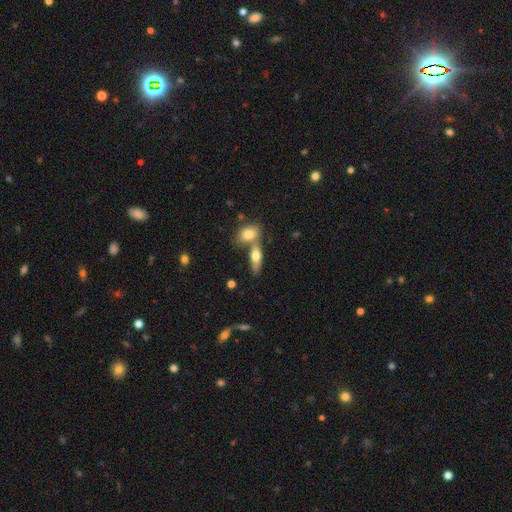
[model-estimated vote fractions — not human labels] smooth-or-featured: smooth: 67% | featured or disk: 26% | star or artifact: 7%
  how-rounded: in between: 61% | cigar-shaped: 35% | round: 4%
  merging: none: 46% | merger: 42% | minor disturbance: 9% | major disturbance: 3%